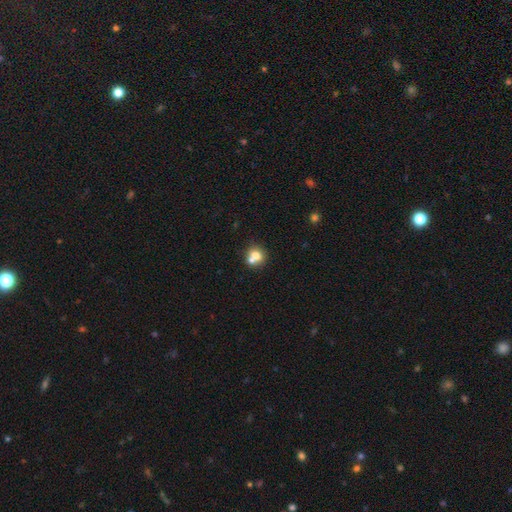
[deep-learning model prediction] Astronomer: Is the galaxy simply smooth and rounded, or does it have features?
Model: smooth — 71%.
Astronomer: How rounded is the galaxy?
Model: round — 83%.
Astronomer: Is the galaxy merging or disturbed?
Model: none — 46% (runner-up: merger, 44%).